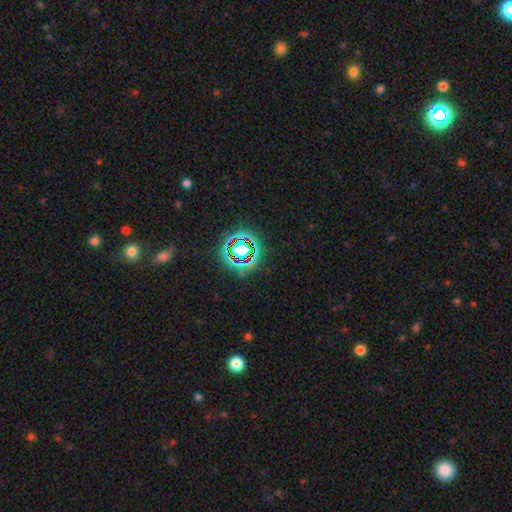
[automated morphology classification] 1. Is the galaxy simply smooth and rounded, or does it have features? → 75% star or artifact, 15% smooth, 11% featured or disk.